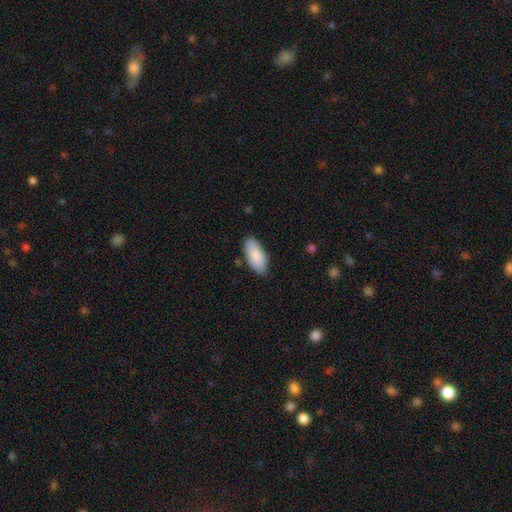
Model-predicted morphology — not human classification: type=smooth (87%); roundness=in between (90%); merging=none (79%).